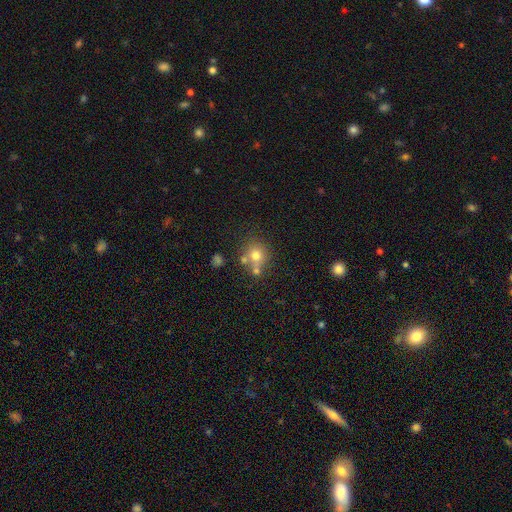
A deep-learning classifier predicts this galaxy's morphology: This is likely a smooth galaxy (69%). How rounded: clearly round (86%). Merging: possibly none (56%).